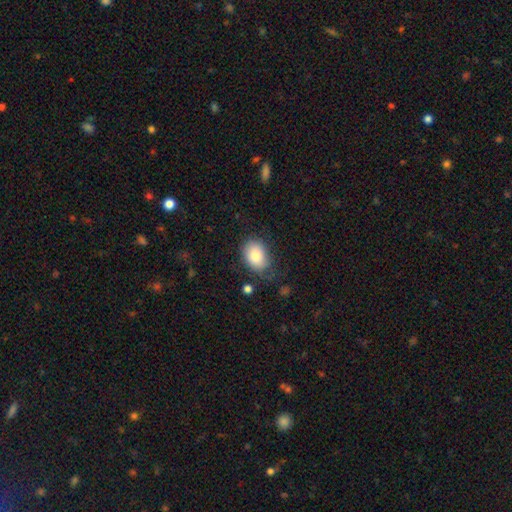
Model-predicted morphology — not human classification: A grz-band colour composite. It shows a smooth galaxy with no disk features (82%) that is in between round and cigar-shaped (73%). Merging: none (69%).